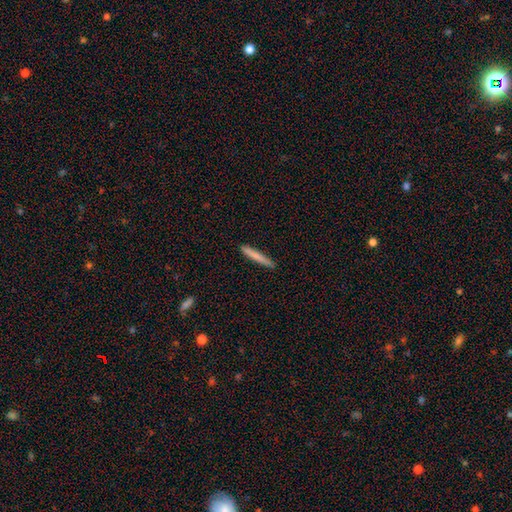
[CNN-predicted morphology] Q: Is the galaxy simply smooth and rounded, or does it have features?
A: smooth — 77%.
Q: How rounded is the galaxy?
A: cigar-shaped — 96%.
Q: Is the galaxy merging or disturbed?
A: none — 89%.